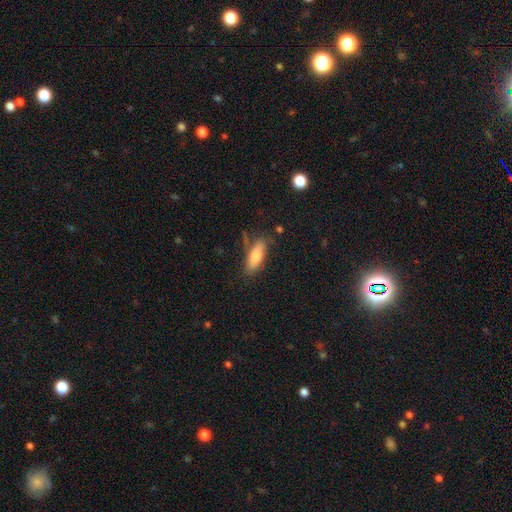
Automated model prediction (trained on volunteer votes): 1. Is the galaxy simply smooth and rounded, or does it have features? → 70% smooth, 21% featured or disk, 9% star or artifact.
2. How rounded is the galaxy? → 56% in between, 41% cigar-shaped, 3% round.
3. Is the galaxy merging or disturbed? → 68% none, 21% minor disturbance, 7% major disturbance, 4% merger.